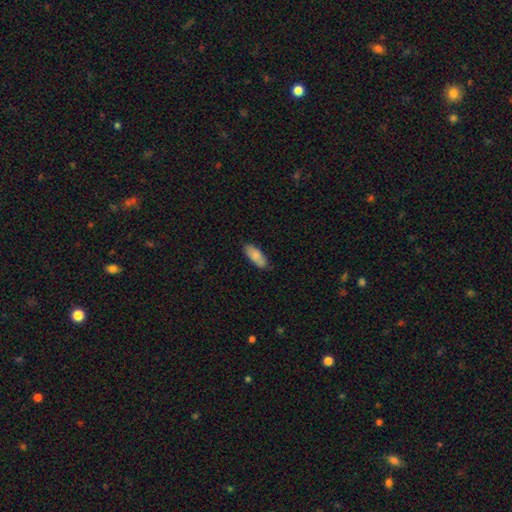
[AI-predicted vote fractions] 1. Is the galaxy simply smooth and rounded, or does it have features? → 85% smooth, 9% featured or disk, 6% star or artifact.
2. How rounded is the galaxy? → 77% in between, 21% cigar-shaped, 2% round.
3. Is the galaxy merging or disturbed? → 83% none, 14% minor disturbance, 2% major disturbance, 1% merger.